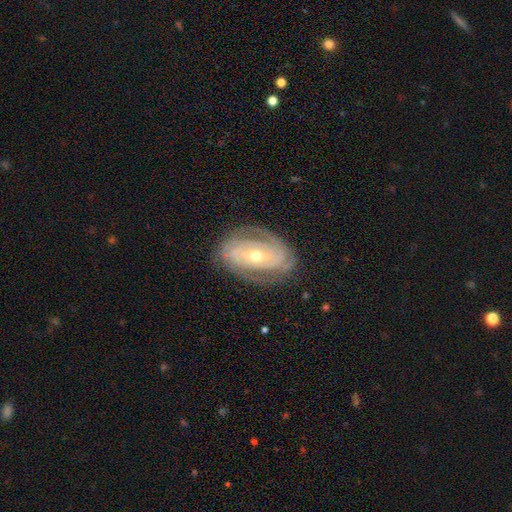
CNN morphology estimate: smooth-or-featured: featured or disk: 87% | smooth: 8% | star or artifact: 5%
  disk-edge-on: no: 95% | yes: 5%
    bar: no: 49% | weak: 31% | strong: 19%
    has-spiral-arms: yes: 95% | no: 5%
      spiral-winding: tight: 73% | medium: 22% | loose: 5%
      spiral-arm-count: 2: 37% | can't tell: 25% | 3: 21% | 4: 8% | 1: 5% | more than 4: 5%
    bulge-size: moderate: 51% | small: 45% | large: 2% | dominant: 1% | none: 1%
  merging: none: 78% | minor disturbance: 16% | major disturbance: 5% | merger: 1%